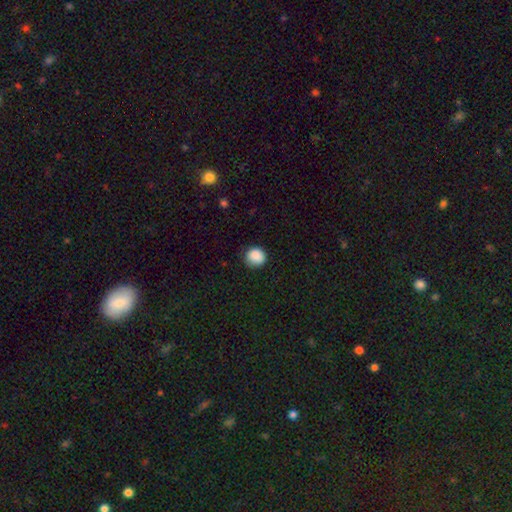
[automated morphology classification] The model was most divided on "merging": none: 82%, minor disturbance: 14%, major disturbance: 3%, merger: 1%. More confident: smooth or featured — smooth (88%); how rounded — round (87%).